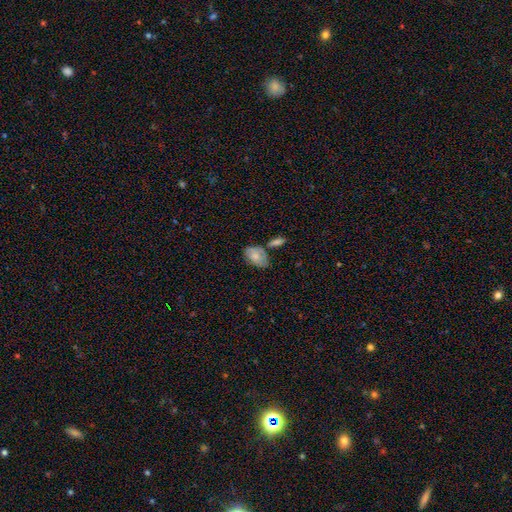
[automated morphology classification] Q: Smooth or featured?
A: smooth (64%); runner-up: featured or disk (29%)
Q: How rounded?
A: in between (87%); runner-up: round (11%)
Q: Merging?
A: none (47%); runner-up: minor disturbance (26%)